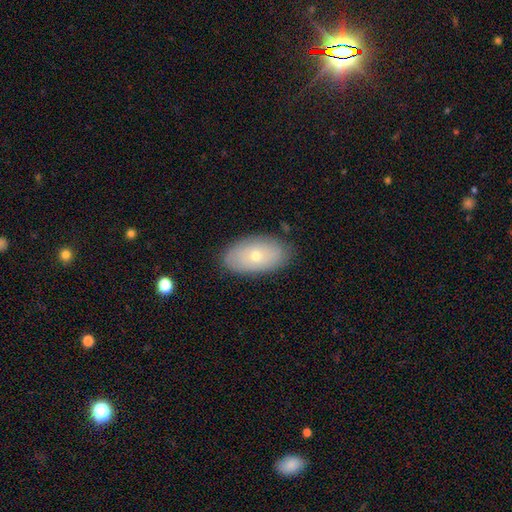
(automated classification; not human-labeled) A smooth galaxy with no disk features (60%) that is in between round and cigar-shaped (93%). Merging: none (84%).